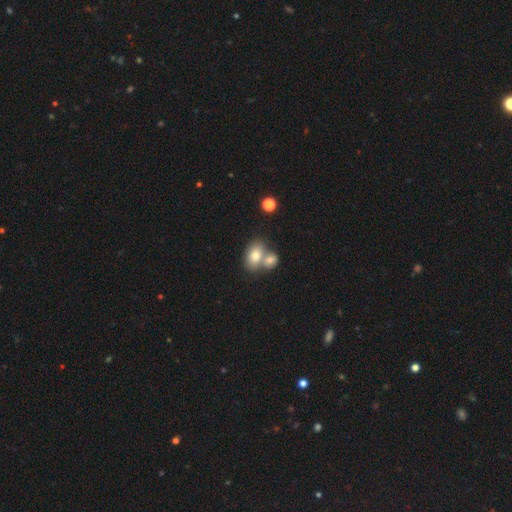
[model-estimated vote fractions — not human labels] Overall: smooth (76%). How rounded: in between (77%). Merging: merger (52%; none 36%).